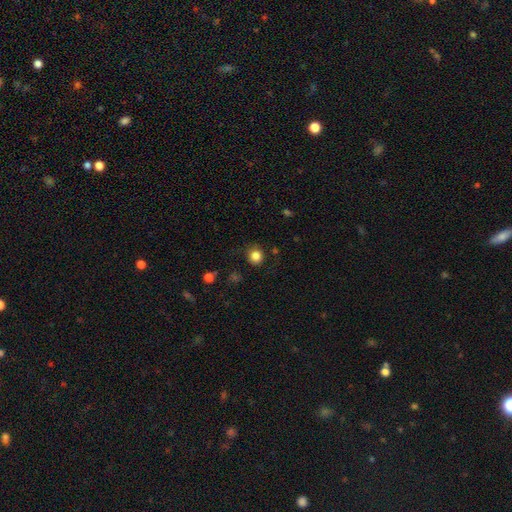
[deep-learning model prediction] smooth-or-featured: smooth: 84% | star or artifact: 11% | featured or disk: 5%
  how-rounded: round: 88% | in between: 11% | cigar-shaped: 1%
  merging: none: 84% | minor disturbance: 11% | major disturbance: 4% | merger: 1%